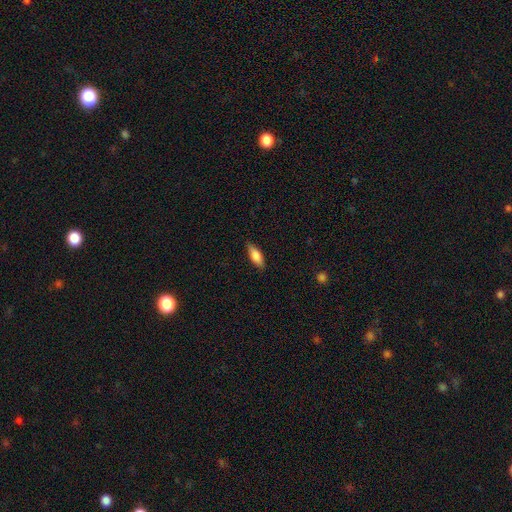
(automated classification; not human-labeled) Smooth or featured: smooth — 75% (featured or disk — 19%)
How rounded: in between — 65% (cigar-shaped — 33%)
Merging: none — 83% (minor disturbance — 13%)